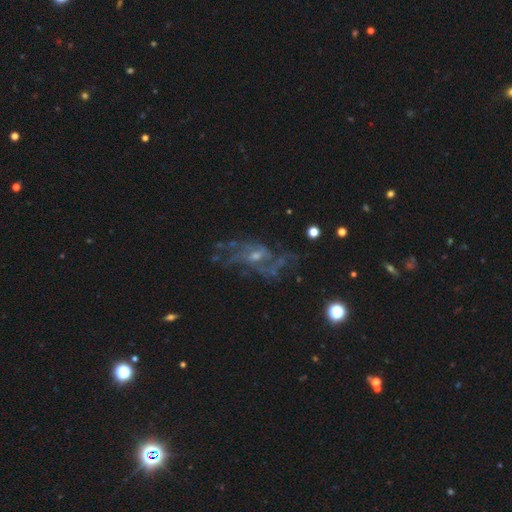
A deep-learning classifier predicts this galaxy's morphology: smooth-or-featured: featured or disk: 76% | star or artifact: 14% | smooth: 10%
  disk-edge-on: no: 93% | yes: 7%
    bar: no: 53% | weak: 38% | strong: 9%
    has-spiral-arms: yes: 80% | no: 20%
      spiral-winding: loose: 41% | medium: 40% | tight: 19%
      spiral-arm-count: can't tell: 39% | 2: 28% | 3: 13% | 4: 8% | 1: 6% | more than 4: 6%
    bulge-size: small: 60% | moderate: 31% | none: 7% | large: 2% | dominant: 1%
  merging: none: 58% | major disturbance: 21% | minor disturbance: 17% | merger: 3%